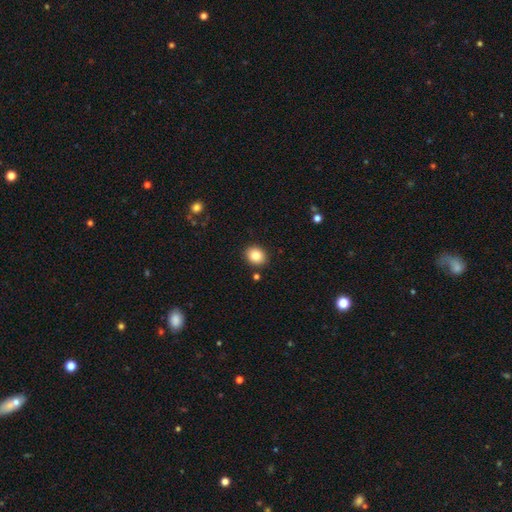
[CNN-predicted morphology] type=smooth (85%); roundness=round (57%); merging=none (89%).